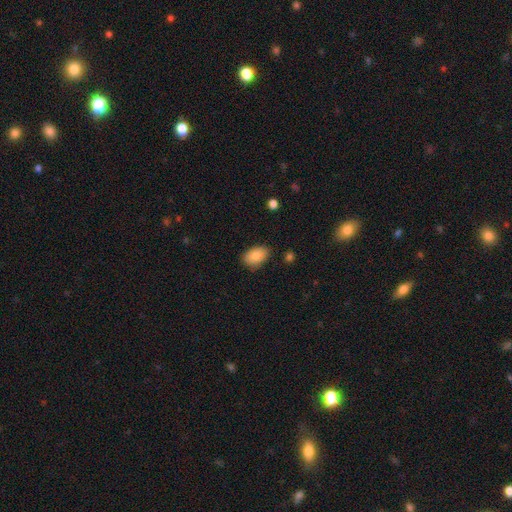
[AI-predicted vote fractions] This appears to be a smooth galaxy with no disk features (87%) that is in between round and cigar-shaped (88%). Merging: none (79%).